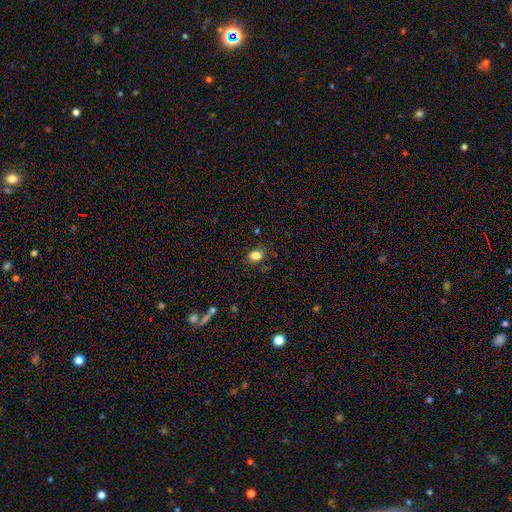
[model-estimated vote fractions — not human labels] Smooth or featured: smooth — 83% (star or artifact — 11%)
How rounded: in between — 68% (round — 31%)
Merging: none — 81% (minor disturbance — 13%)